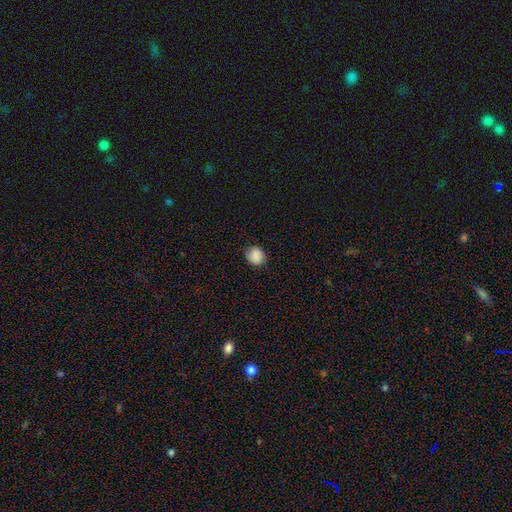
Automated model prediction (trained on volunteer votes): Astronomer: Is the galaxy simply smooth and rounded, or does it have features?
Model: smooth — 88%.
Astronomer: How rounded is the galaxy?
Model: round — 78%.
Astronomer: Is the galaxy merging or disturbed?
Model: none — 83%.